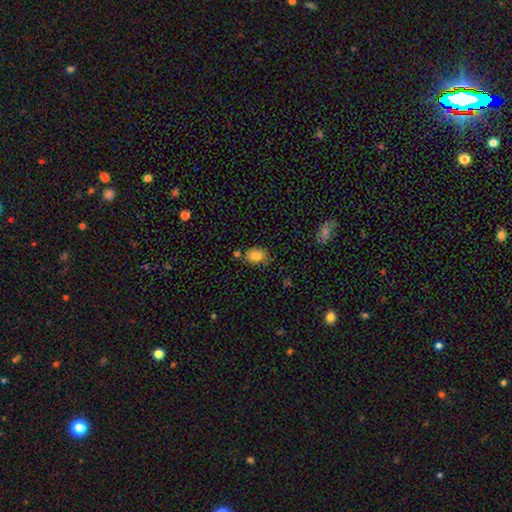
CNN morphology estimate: smooth 82%, featured or disk 9%, star or artifact 9%. Down the decision tree: how rounded — in between (79%); merging — none (72%).